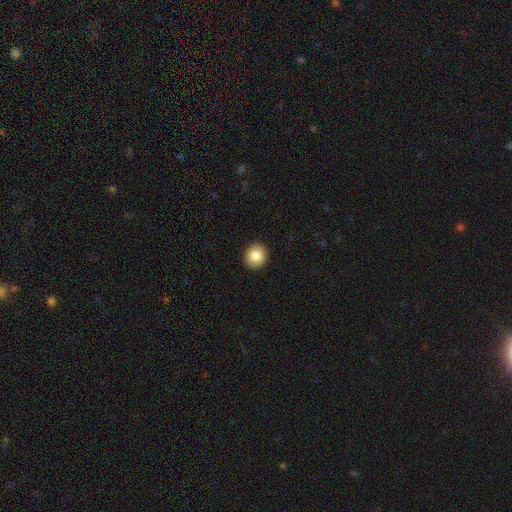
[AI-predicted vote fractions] Smooth or featured? smooth (85%)
How rounded? round (88%)
Merging? none (92%)